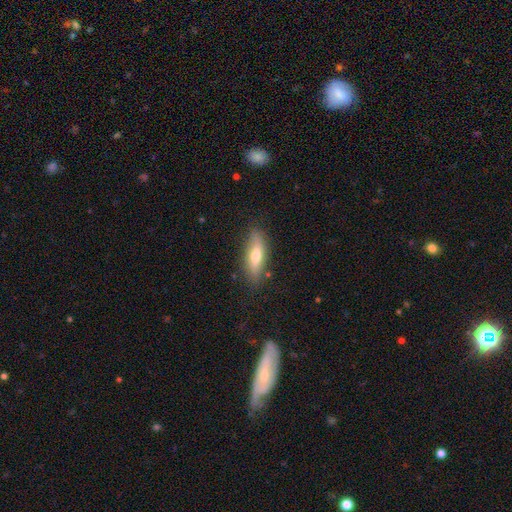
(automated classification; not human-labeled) Morphology: type=smooth (61%); roundness=in between (51%); merging=none (82%).